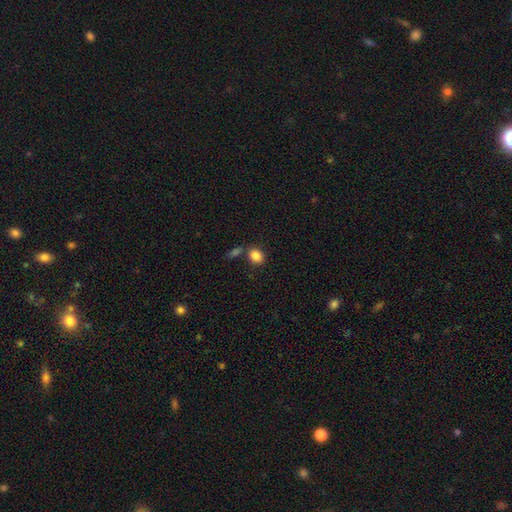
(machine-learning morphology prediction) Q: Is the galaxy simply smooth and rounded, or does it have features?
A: smooth — 85%.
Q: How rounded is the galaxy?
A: in between — 53%.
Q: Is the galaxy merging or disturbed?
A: none — 69%.